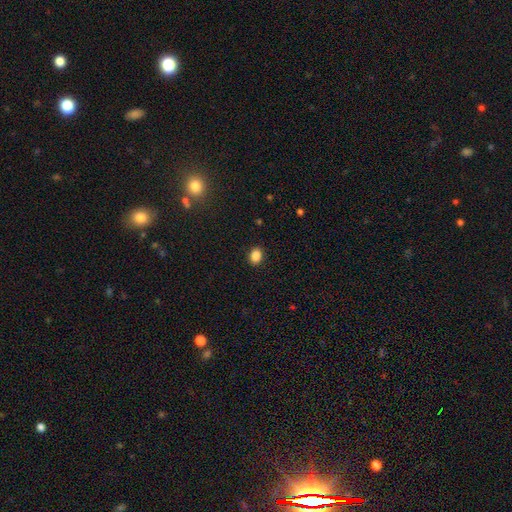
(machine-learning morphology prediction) smooth 86%, star or artifact 10%, featured or disk 4%. Down the decision tree: how rounded — in between (54%); merging — none (90%).